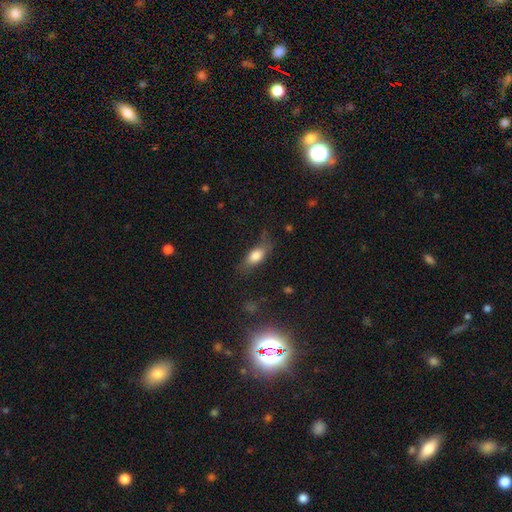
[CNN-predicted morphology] The model was most divided on "merging": none: 63%, minor disturbance: 25%, major disturbance: 10%, merger: 2%. More confident: how rounded — in between (79%); smooth or featured — smooth (76%).